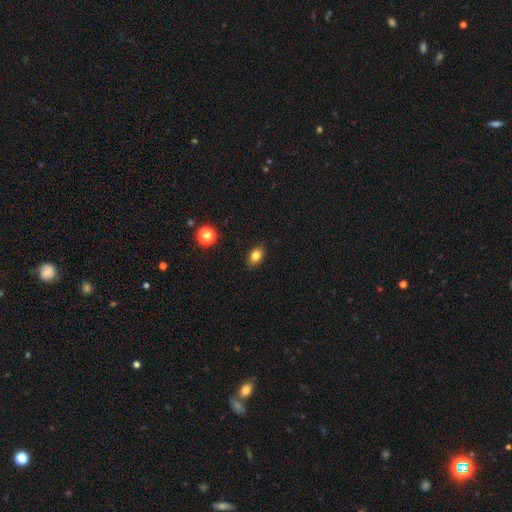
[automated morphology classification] smooth_or_featured: smooth (p=0.80) [alt: star or artifact p=0.11]
how_rounded: in between (p=0.79) [alt: round p=0.19]
merging: none (p=0.88) [alt: minor disturbance p=0.09]